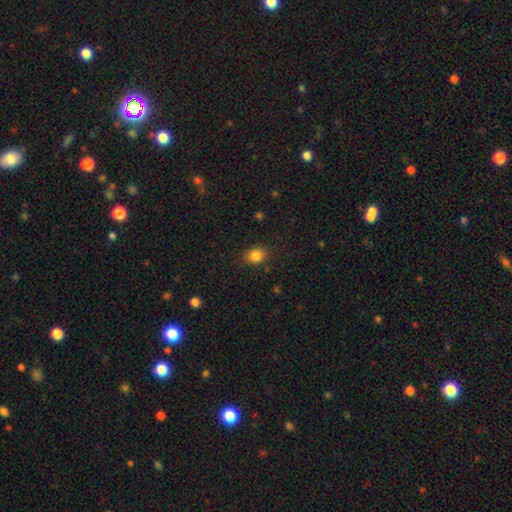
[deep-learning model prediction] smooth 84%, star or artifact 11%, featured or disk 5%. Down the decision tree: how rounded — round (58%); merging — none (86%).